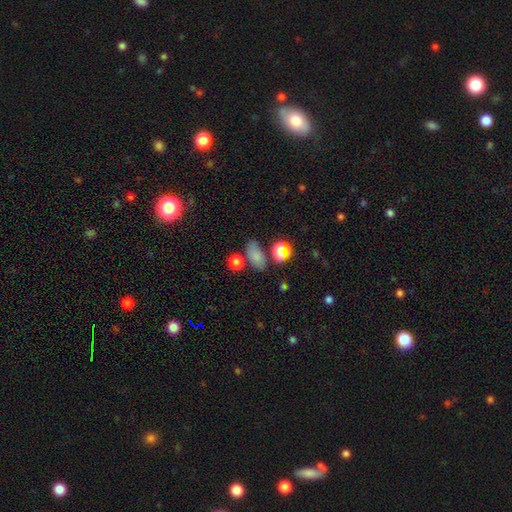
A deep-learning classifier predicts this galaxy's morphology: Smooth or featured? Predicted: smooth (p=0.75). How rounded? Predicted: in between (p=0.80). Merging? Predicted: none (p=0.63).